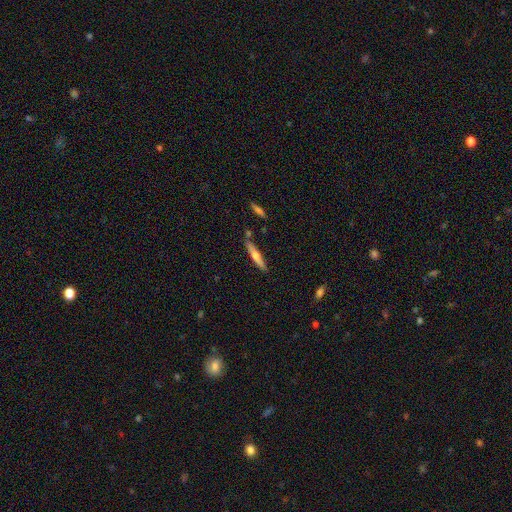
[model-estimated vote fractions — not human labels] Smooth or featured? Predicted: smooth (p=0.52). How rounded? Predicted: cigar-shaped (p=0.90). Merging? Predicted: none (p=0.82).